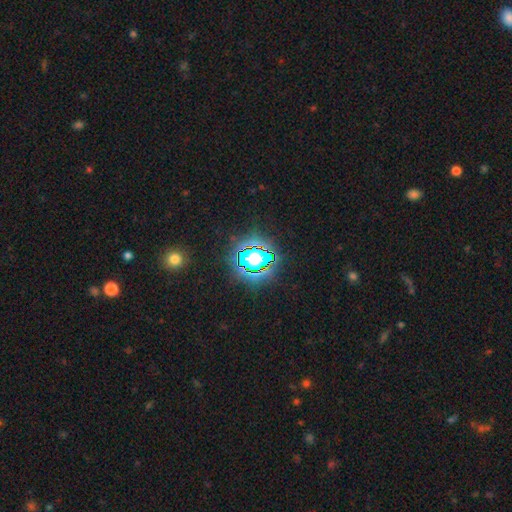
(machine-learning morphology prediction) This appears to be a star or artifact, not a galaxy (79%).